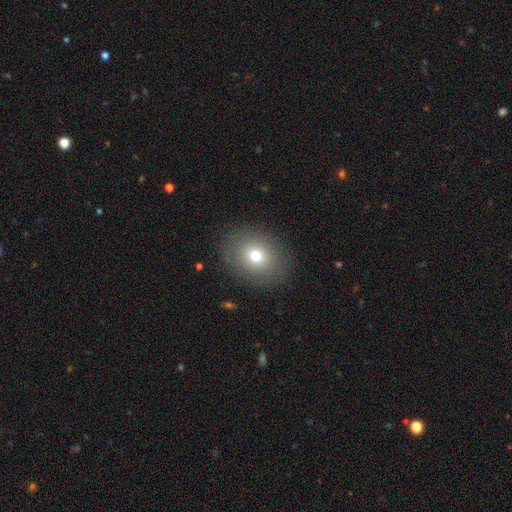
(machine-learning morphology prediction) Q: Smooth or featured?
A: smooth (74%); runner-up: featured or disk (13%)
Q: How rounded?
A: round (56%); runner-up: in between (43%)
Q: Merging?
A: none (86%); runner-up: minor disturbance (9%)